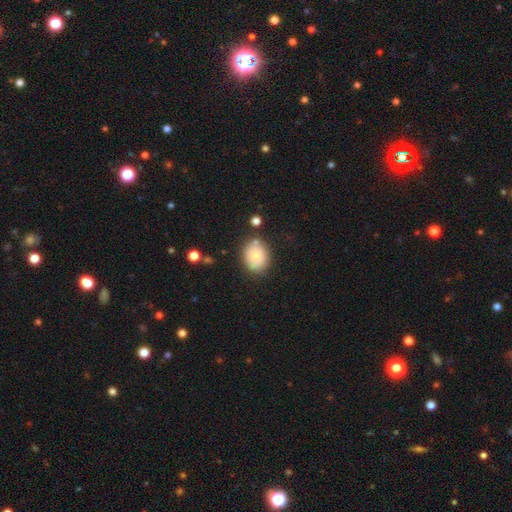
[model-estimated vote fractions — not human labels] smooth 79%, featured or disk 13%, star or artifact 9%. Down the decision tree: how rounded — round (53%); merging — none (76%).